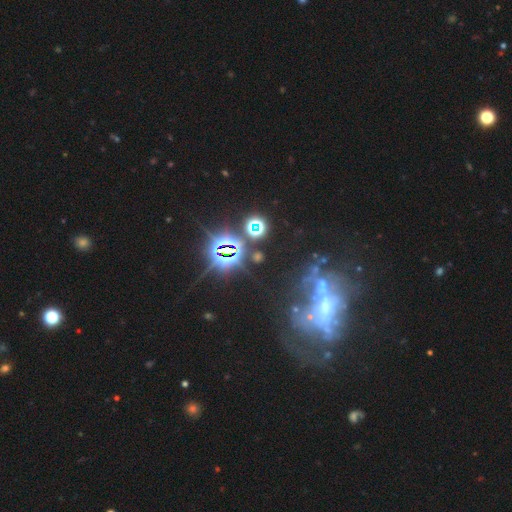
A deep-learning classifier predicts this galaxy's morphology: This is likely a star or artifact rather than a galaxy (64%).